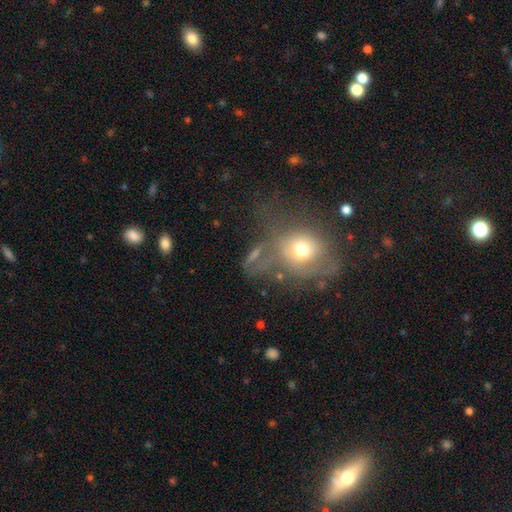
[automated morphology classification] Smooth or featured? Predicted: smooth (p=0.52). How rounded? Predicted: in between (p=0.50). Merging? Predicted: none (p=0.38).